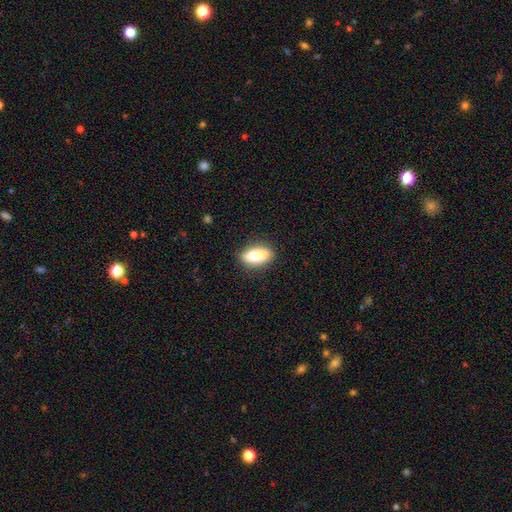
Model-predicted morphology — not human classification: Overall: smooth (85%). How rounded: in between (86%). Merging: none (80%).